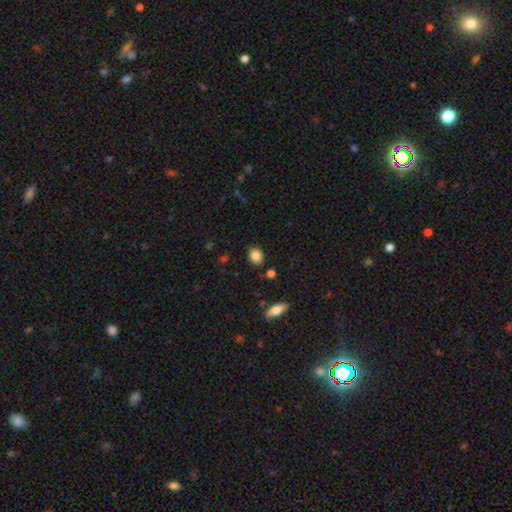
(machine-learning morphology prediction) smooth-or-featured: smooth: 86% | star or artifact: 9% | featured or disk: 6%
  how-rounded: in between: 59% | round: 40% | cigar-shaped: 1%
  merging: none: 84% | minor disturbance: 10% | merger: 3% | major disturbance: 3%